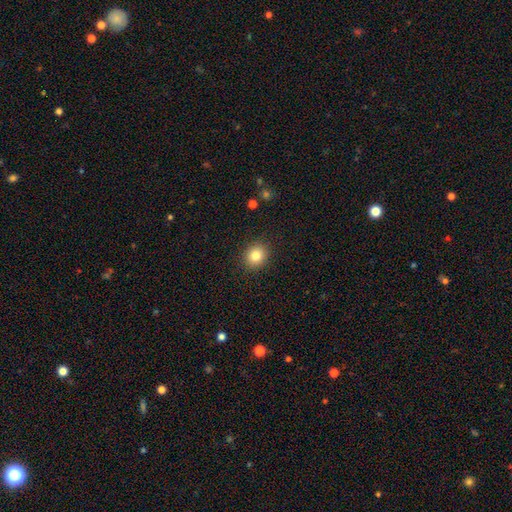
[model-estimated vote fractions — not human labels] Smooth or featured?
  - smooth: 82% *
  - star or artifact: 11%
  - featured or disk: 7%
How rounded?
  - round: 76% *
  - in between: 23%
  - cigar-shaped: 1%
Merging?
  - none: 90% *
  - minor disturbance: 7%
  - major disturbance: 2%
  - merger: 1%